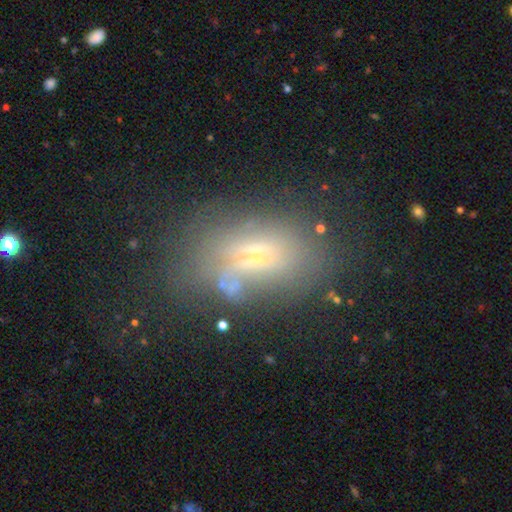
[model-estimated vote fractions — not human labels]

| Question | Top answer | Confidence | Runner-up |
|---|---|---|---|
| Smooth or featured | smooth | 42% | featured or disk (39%) |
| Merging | none | 43% | major disturbance (24%) |